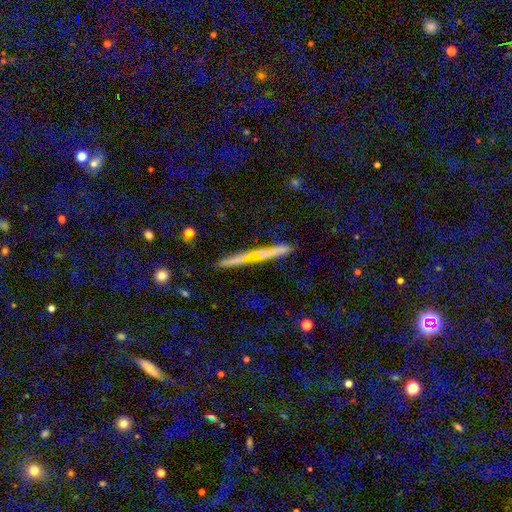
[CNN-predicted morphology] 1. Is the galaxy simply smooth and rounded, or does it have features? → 39% smooth, 38% featured or disk, 24% star or artifact.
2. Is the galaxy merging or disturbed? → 77% none, 14% minor disturbance, 4% major disturbance, 4% merger.